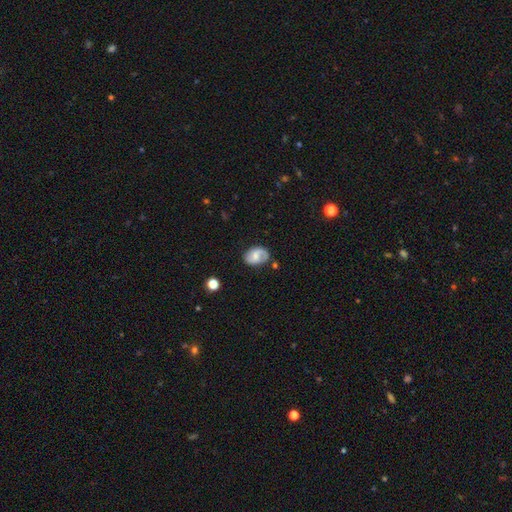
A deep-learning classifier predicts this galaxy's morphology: Smooth or featured: featured or disk — 55% (smooth — 37%)
Edge-on disk: no — 97% (yes — 3%)
Bar: no — 50% (weak — 41%)
Spiral arms: yes — 86% (no — 14%)
Bulge size: moderate — 46% (small — 35%)
Merging: none — 68% (minor disturbance — 21%)